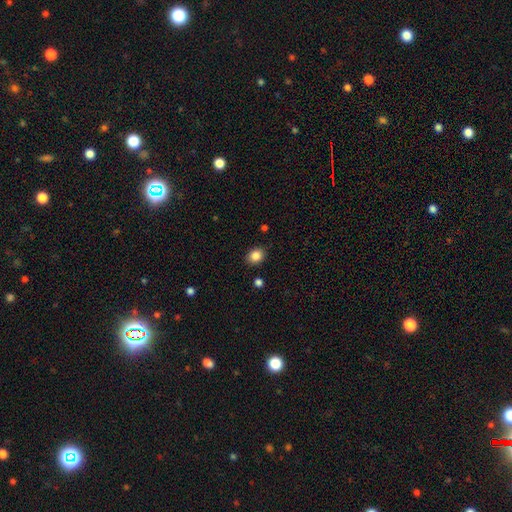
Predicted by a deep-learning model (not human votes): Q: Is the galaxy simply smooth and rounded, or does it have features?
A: smooth — 85%.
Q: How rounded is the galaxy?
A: round — 54%.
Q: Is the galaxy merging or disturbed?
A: none — 87%.